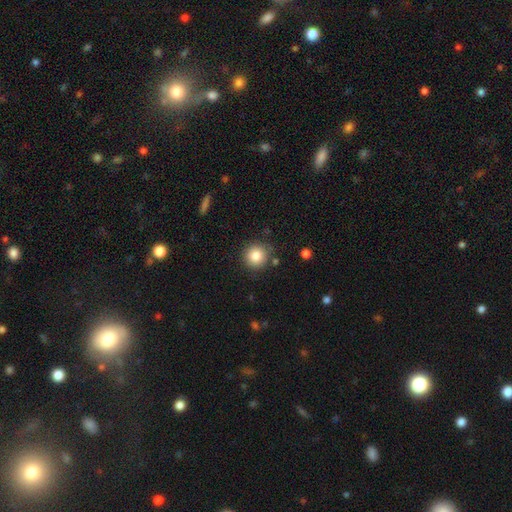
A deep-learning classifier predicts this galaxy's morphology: This appears to be a smooth galaxy with no disk features (83%) that is round (93%). Merging: none (84%).